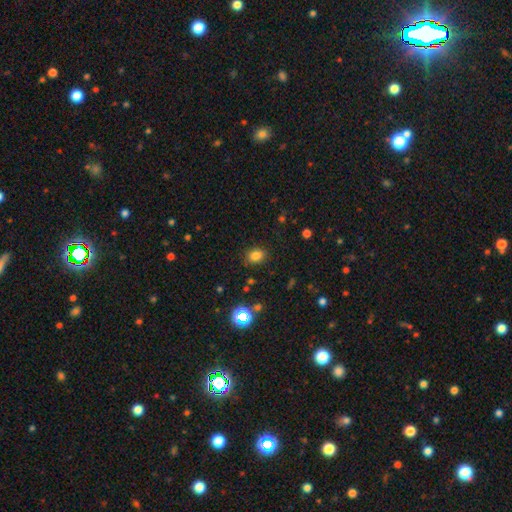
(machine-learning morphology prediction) type=smooth (80%); roundness=in between (59%); merging=none (85%).